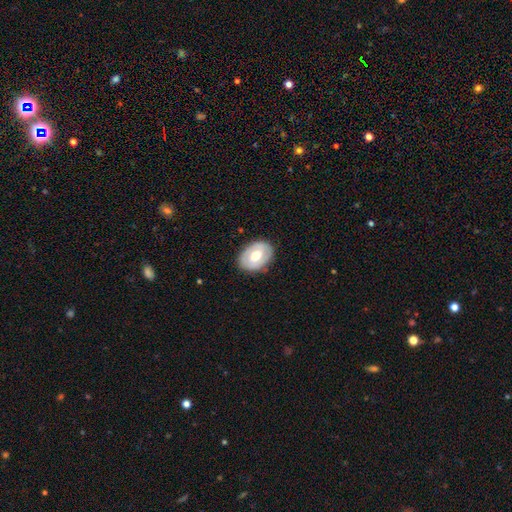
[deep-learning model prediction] This is possibly a featured or disk galaxy (47%, tied with smooth). Merging: clearly none (84%).